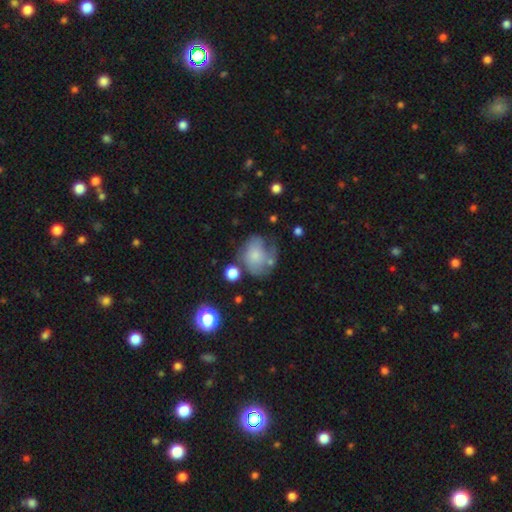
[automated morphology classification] This is possibly a smooth galaxy (60%). How rounded: possibly round (57%). Merging: marginally none (37%).